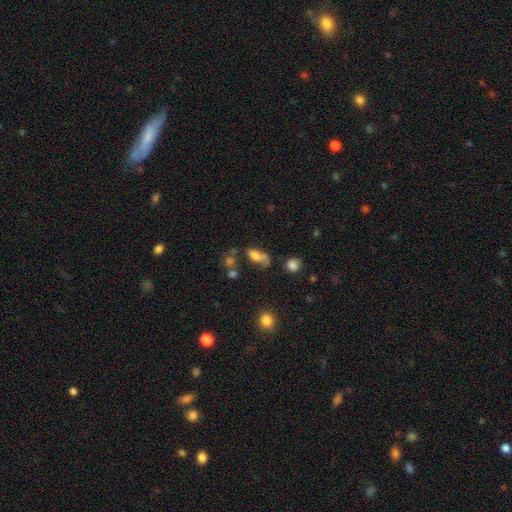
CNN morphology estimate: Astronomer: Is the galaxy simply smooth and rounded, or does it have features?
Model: smooth — 69%.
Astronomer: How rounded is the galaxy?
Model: in between — 83%.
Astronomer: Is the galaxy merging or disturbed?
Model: none — 30% (runner-up: major disturbance, 29%).